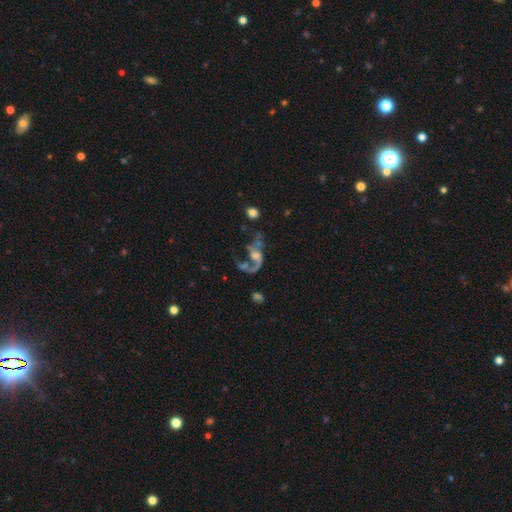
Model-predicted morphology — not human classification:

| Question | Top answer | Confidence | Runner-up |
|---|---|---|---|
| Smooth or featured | featured or disk | 71% | smooth (16%) |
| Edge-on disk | no | 96% | yes (4%) |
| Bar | no | 62% | weak (29%) |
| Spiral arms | yes | 75% | no (25%) |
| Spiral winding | loose | 75% | medium (20%) |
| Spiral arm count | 1 | 46% | 2 (44%) |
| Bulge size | moderate | 36% | small (31%) |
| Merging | major disturbance | 38% | none (28%) |